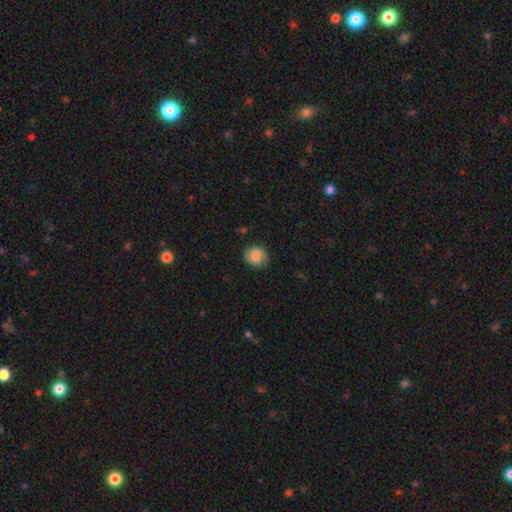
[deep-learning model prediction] smooth 82%, featured or disk 10%, star or artifact 8%. Down the decision tree: how rounded — round (80%); merging — none (85%).